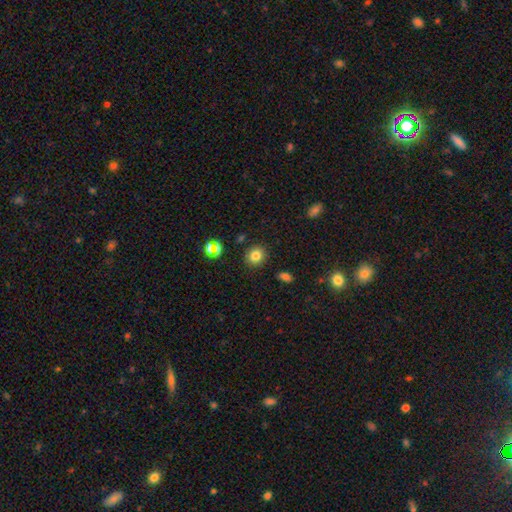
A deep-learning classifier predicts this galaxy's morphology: smooth_or_featured: smooth (p=0.80) [alt: star or artifact p=0.13]
how_rounded: round (p=0.86) [alt: in between p=0.13]
merging: none (p=0.88) [alt: minor disturbance p=0.07]